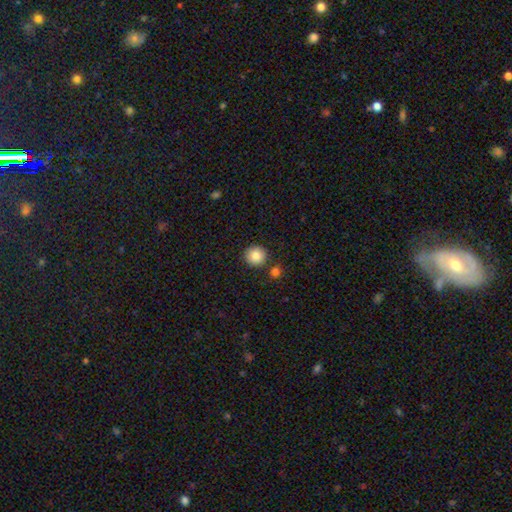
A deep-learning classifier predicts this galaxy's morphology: smooth 86%, star or artifact 9%, featured or disk 5%. Down the decision tree: how rounded — round (94%); merging — none (86%).